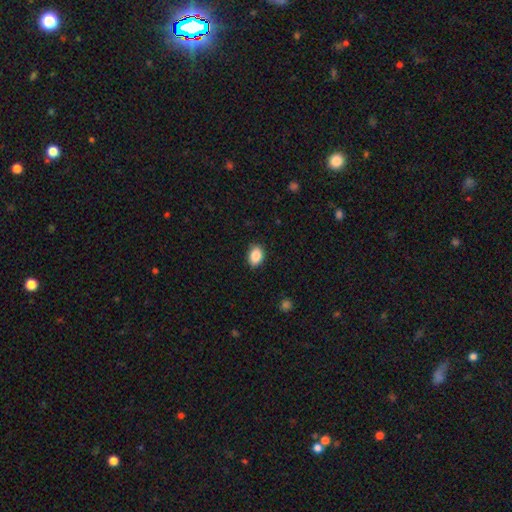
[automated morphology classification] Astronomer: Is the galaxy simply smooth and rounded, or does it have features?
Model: smooth — 88%.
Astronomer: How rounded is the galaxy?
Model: in between — 78%.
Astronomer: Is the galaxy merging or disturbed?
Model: none — 87%.